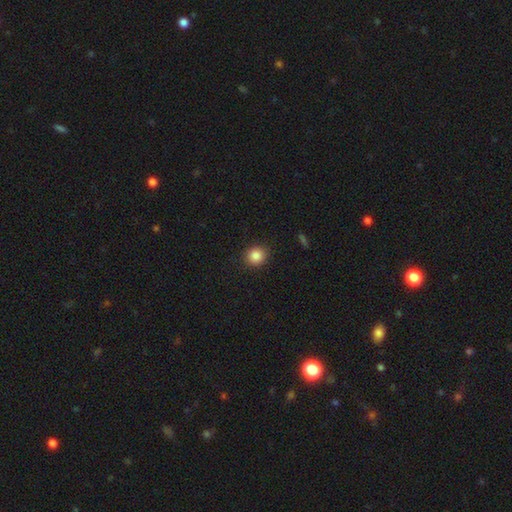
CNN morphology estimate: smooth-or-featured: smooth: 86% | star or artifact: 10% | featured or disk: 4%
  how-rounded: round: 84% | in between: 15% | cigar-shaped: 1%
  merging: none: 90% | minor disturbance: 7% | major disturbance: 2% | merger: 1%